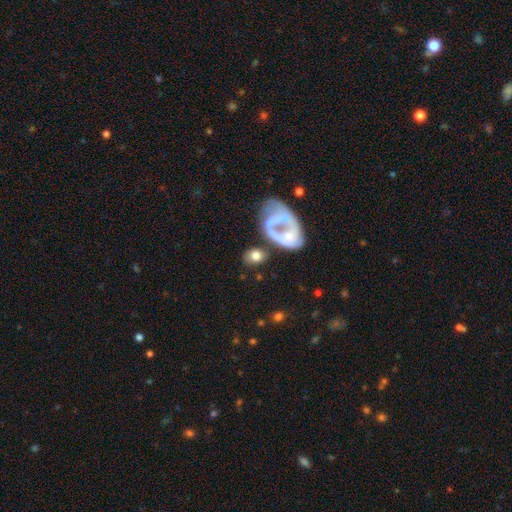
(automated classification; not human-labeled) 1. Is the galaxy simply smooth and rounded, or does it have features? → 71% smooth, 20% featured or disk, 9% star or artifact.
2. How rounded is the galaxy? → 53% in between, 45% round, 2% cigar-shaped.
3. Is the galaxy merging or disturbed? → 55% none, 17% merger, 15% major disturbance, 13% minor disturbance.